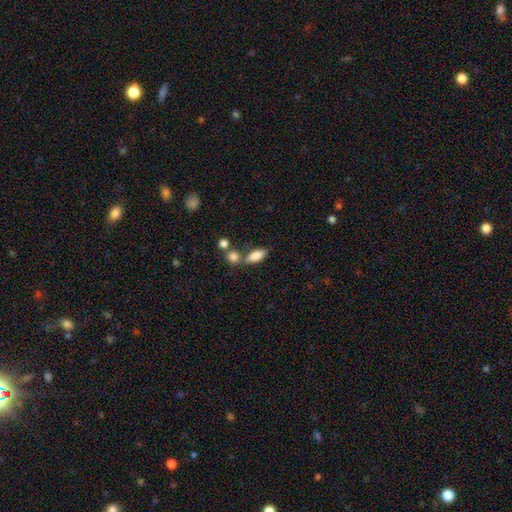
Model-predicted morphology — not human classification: smooth 83%, featured or disk 9%, star or artifact 8%. Down the decision tree: how rounded — in between (81%); merging — none (56%).